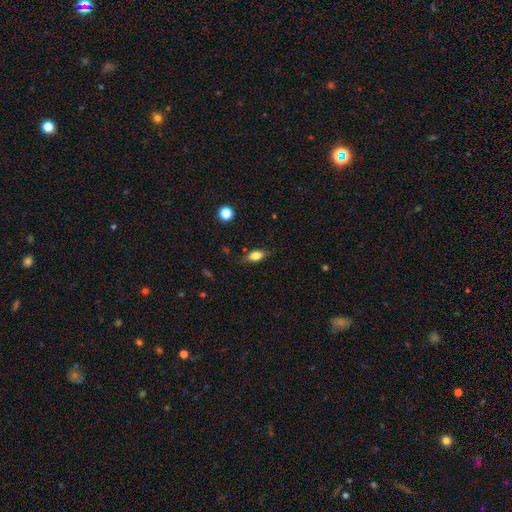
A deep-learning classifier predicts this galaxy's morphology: smooth-or-featured: smooth: 76% | featured or disk: 14% | star or artifact: 9%
  how-rounded: in between: 82% | round: 9% | cigar-shaped: 9%
  merging: none: 78% | minor disturbance: 16% | major disturbance: 4% | merger: 2%